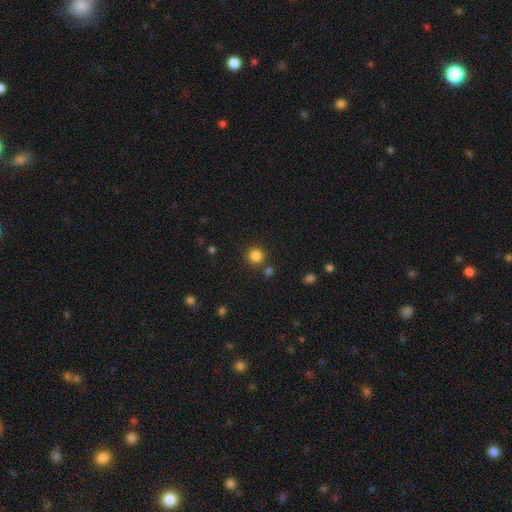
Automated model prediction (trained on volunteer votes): A smooth galaxy with no disk features (84%) that is round (93%). Merging: none (84%).